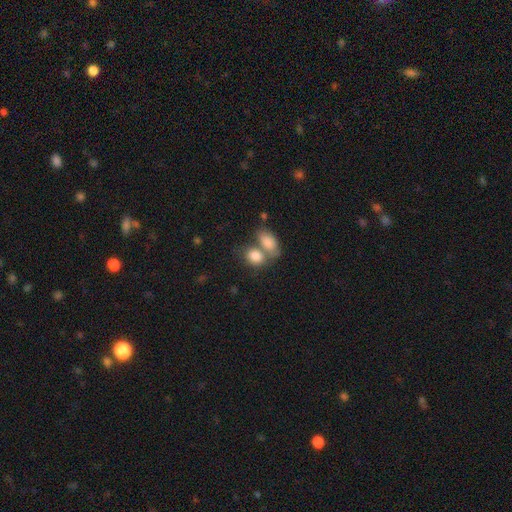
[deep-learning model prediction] Overall: smooth (83%). How rounded: in between (72%). Merging: merger (55%; none 30%).